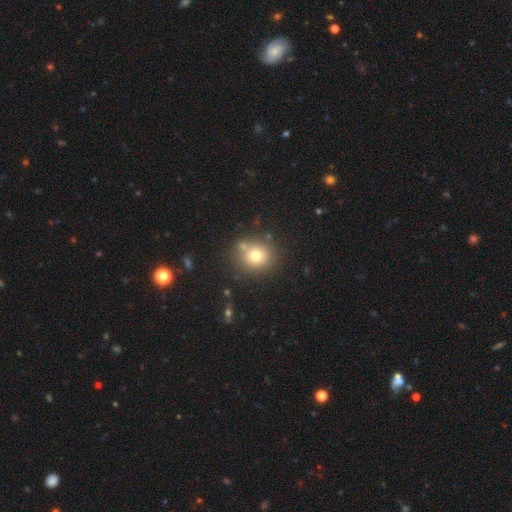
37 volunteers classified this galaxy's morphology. A smooth galaxy with no disk features (78%) that is round (93%).

Vote fractions:
- Smooth or featured? smooth: 78% / featured or disk: 19% / star or artifact: 3%
- How rounded? round: 93% / in between: 7% / cigar-shaped: 0%
- Merging? none: 92% / minor disturbance: 6% / merger: 3% / major disturbance: 0%